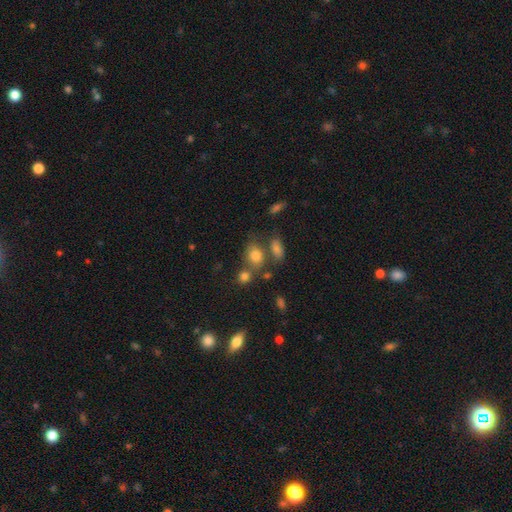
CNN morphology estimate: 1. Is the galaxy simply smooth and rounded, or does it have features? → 76% smooth, 15% star or artifact, 9% featured or disk.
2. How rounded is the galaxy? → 59% in between, 39% round, 2% cigar-shaped.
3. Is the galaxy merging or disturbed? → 55% none, 24% merger, 14% minor disturbance, 7% major disturbance.